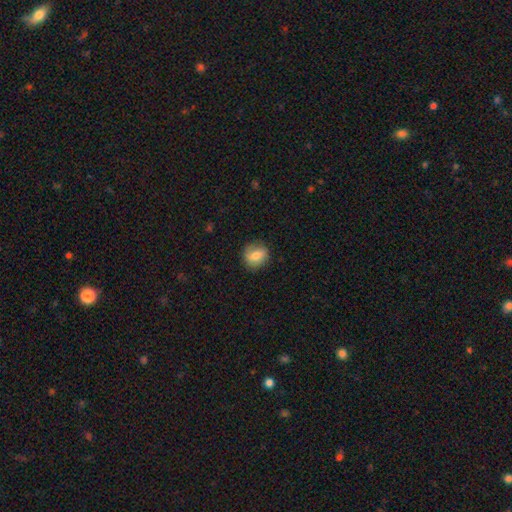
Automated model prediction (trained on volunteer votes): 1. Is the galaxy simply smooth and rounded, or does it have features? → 73% smooth, 19% featured or disk, 8% star or artifact.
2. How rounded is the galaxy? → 70% round, 28% in between, 2% cigar-shaped.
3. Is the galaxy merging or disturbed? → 83% none, 12% minor disturbance, 3% major disturbance, 1% merger.